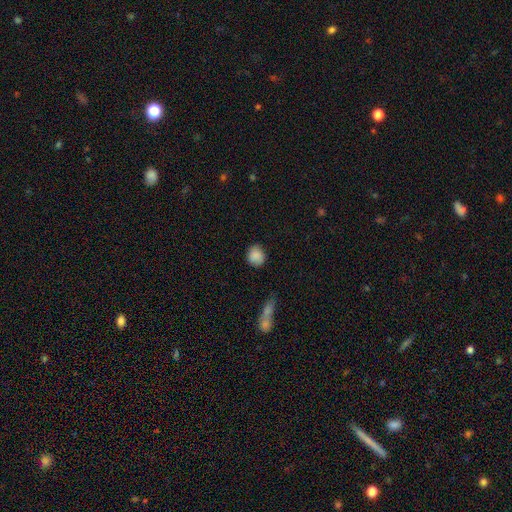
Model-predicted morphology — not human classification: The model was most divided on "how rounded": round: 80%, in between: 19%, cigar-shaped: 1%. More confident: smooth or featured — smooth (86%); merging — none (79%).